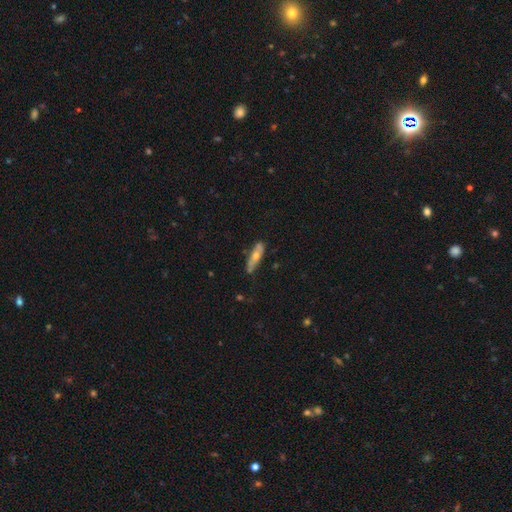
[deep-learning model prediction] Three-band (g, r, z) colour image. It shows a smooth galaxy with no disk features (52%) that is cigar-shaped (59%). Merging: none (69%).